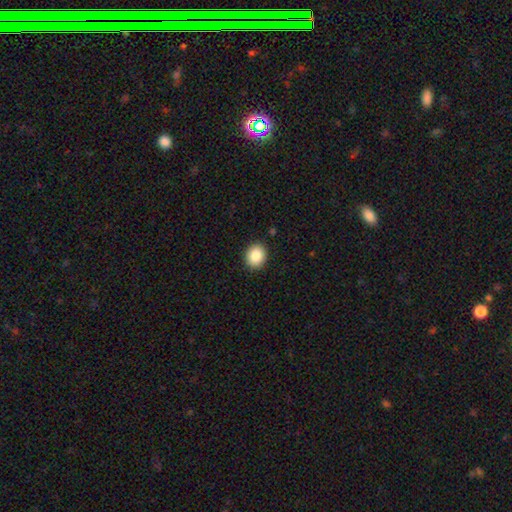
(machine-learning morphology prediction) A smooth galaxy with no disk features (85%) that is round (70%). Merging: none (91%).